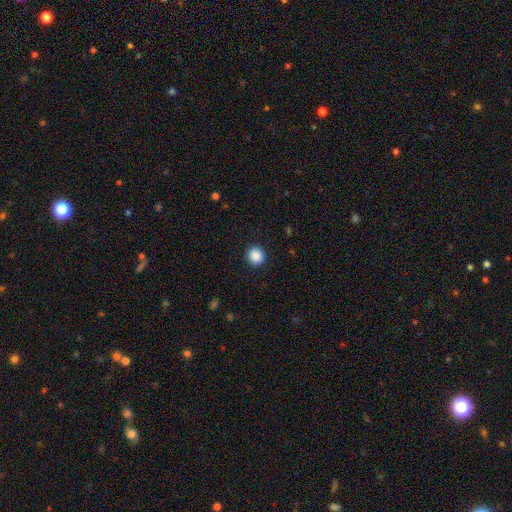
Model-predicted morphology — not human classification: Smooth or featured: smooth — 88% (star or artifact — 9%)
How rounded: round — 90% (in between — 9%)
Merging: none — 92% (minor disturbance — 5%)